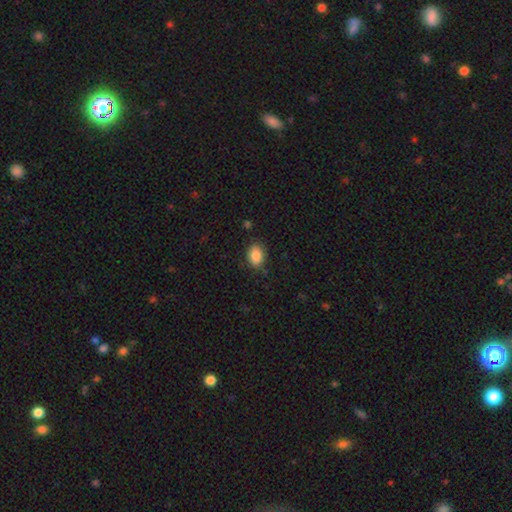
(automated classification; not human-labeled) Morphology: type=smooth (87%); roundness=in between (79%); merging=none (82%).